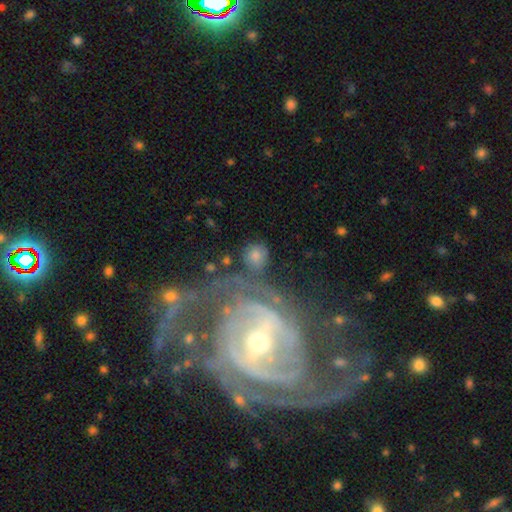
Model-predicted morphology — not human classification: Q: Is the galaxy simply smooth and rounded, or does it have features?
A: smooth — 61%.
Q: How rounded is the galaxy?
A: round — 79%.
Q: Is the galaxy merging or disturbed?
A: none — 65%.